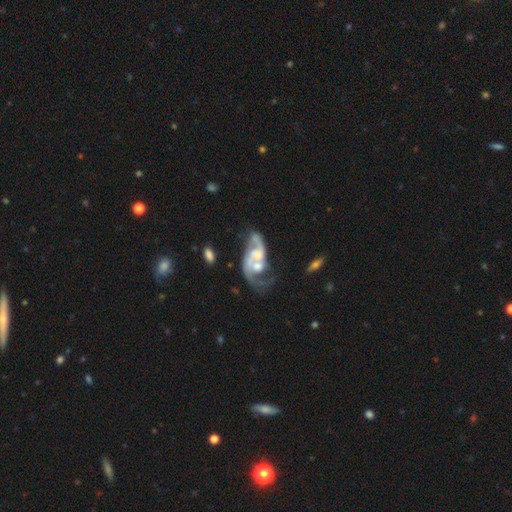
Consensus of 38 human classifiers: A featured or disk galaxy (87%) with no bar (67%), 2 (70%) loose (59%) spiral arms (82%) and a moderate central bulge (45%). Merging: merger (65%).